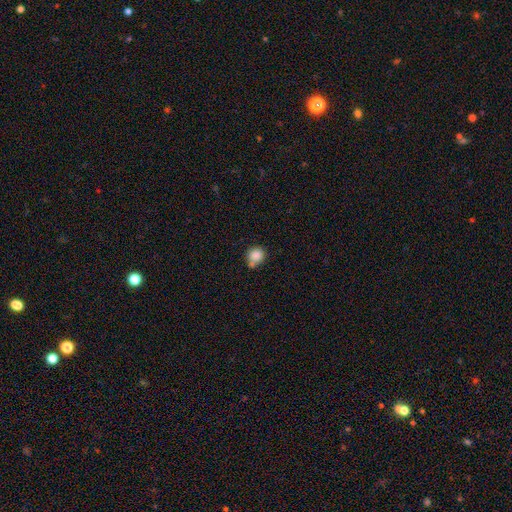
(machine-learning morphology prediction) This appears to be a smooth galaxy with no disk features (85%) that is round (86%). Merging: none (59%).